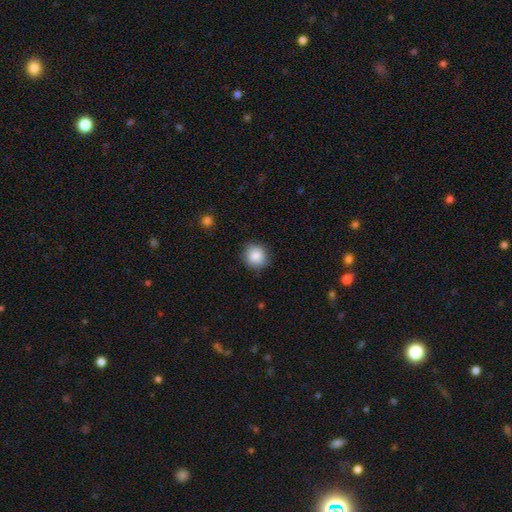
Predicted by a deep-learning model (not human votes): The model was most divided on "how rounded": round: 83%, in between: 16%, cigar-shaped: 1%. More confident: smooth or featured — smooth (87%); merging — none (82%).